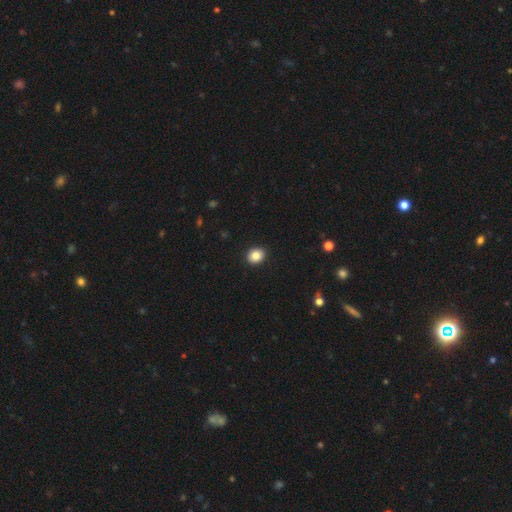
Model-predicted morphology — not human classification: smooth-or-featured: smooth: 85% | star or artifact: 10% | featured or disk: 5%
  how-rounded: round: 61% | in between: 38% | cigar-shaped: 1%
  merging: none: 92% | minor disturbance: 5% | major disturbance: 2% | merger: 1%